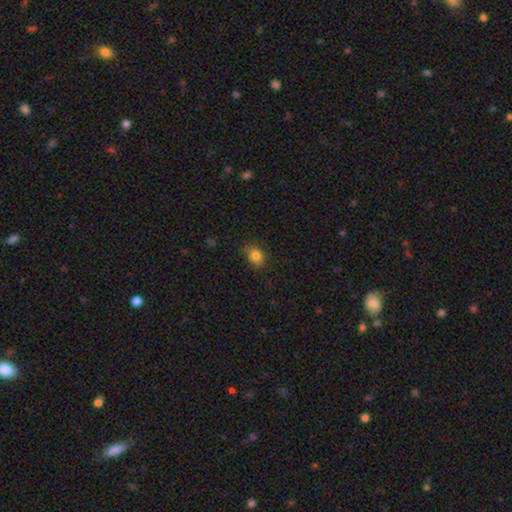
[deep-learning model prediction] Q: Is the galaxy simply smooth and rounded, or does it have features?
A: smooth — 83%.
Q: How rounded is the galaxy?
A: round — 55%.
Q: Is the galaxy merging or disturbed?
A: none — 79%.